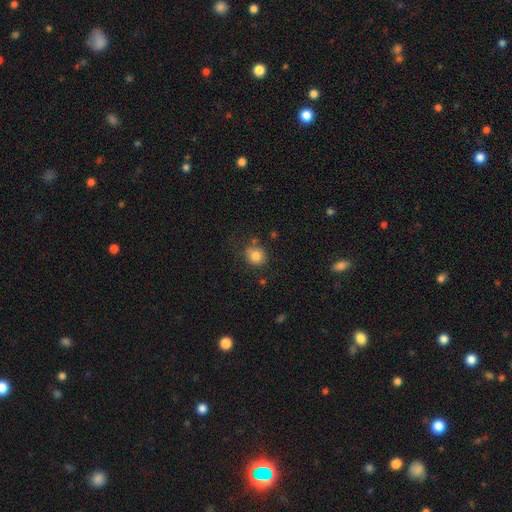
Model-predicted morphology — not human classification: smooth_or_featured: smooth (p=0.83) [alt: star or artifact p=0.10]
how_rounded: round (p=0.76) [alt: in between p=0.23]
merging: none (p=0.71) [alt: minor disturbance p=0.17]